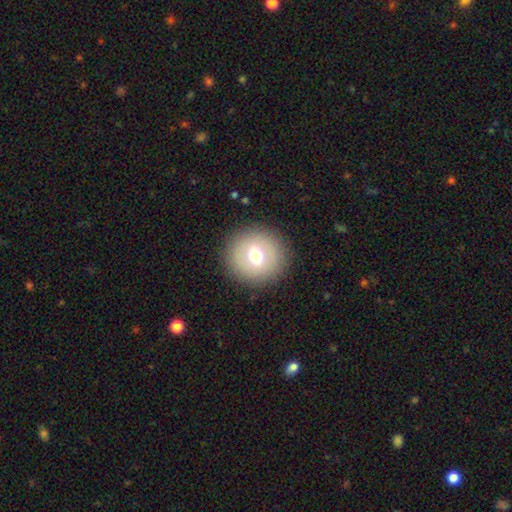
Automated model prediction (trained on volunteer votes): Smooth or featured? smooth (62%)
How rounded? round (92%)
Merging? none (88%)